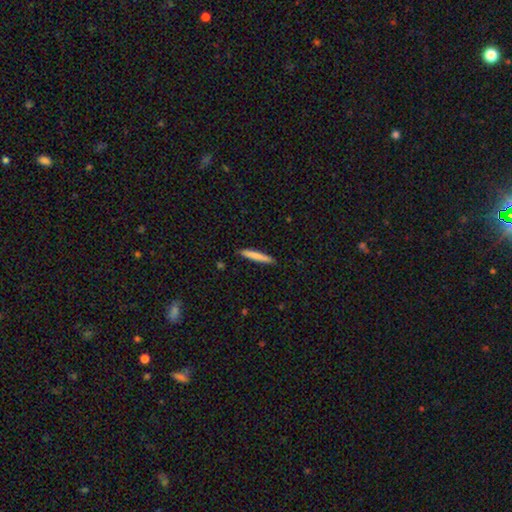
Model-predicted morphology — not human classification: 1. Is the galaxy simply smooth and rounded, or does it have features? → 79% smooth, 15% featured or disk, 6% star or artifact.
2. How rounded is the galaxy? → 94% cigar-shaped, 4% in between, 1% round.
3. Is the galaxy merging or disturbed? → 89% none, 8% minor disturbance, 2% major disturbance, 1% merger.